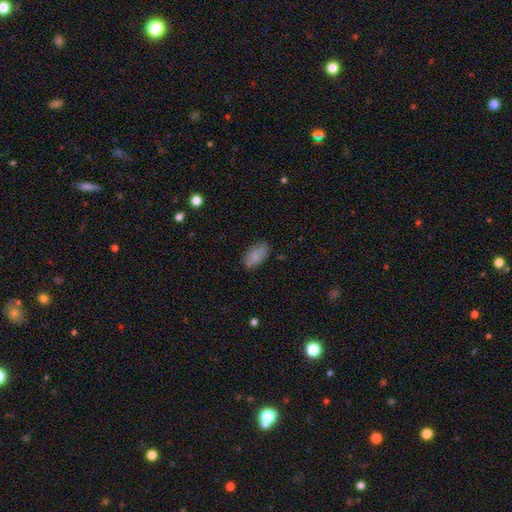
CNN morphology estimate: Smooth or featured? smooth (85%)
How rounded? in between (94%)
Merging? none (80%)